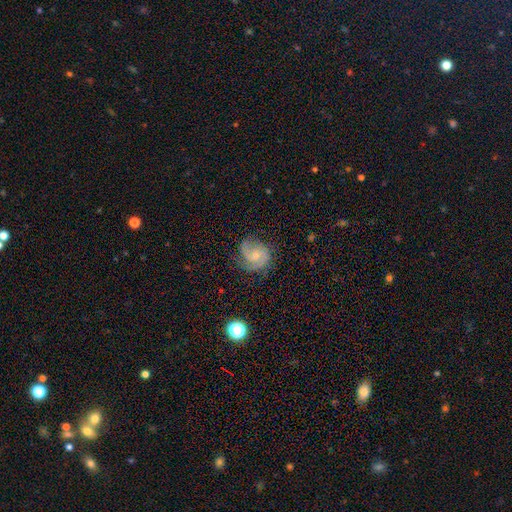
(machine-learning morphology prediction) Q: Smooth or featured?
A: featured or disk (76%); runner-up: smooth (17%)
Q: Edge-on disk?
A: no (98%); runner-up: yes (2%)
Q: Bar?
A: no (66%); runner-up: weak (31%)
Q: Spiral arms?
A: yes (95%); runner-up: no (5%)
Q: Spiral winding?
A: medium (47%); runner-up: tight (36%)
Q: Spiral arm count?
A: 2 (61%); runner-up: 3 (13%)
Q: Bulge size?
A: small (57%); runner-up: moderate (31%)
Q: Merging?
A: none (68%); runner-up: minor disturbance (21%)